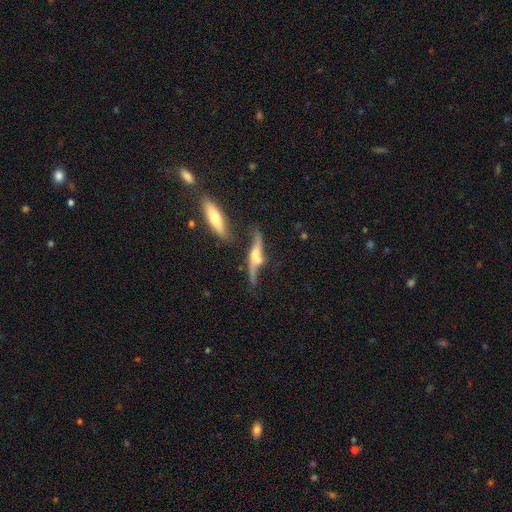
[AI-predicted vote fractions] This is likely a featured or disk galaxy (71%). It is likely viewed edge-on (65%). Merging: marginally none (39%).